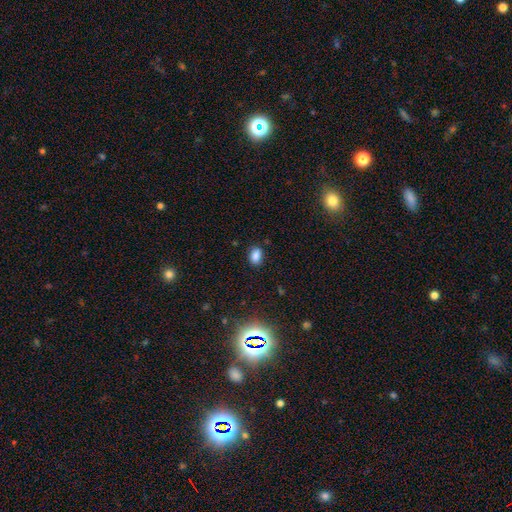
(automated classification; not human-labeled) This appears to be a smooth galaxy with no disk features (83%) that is in between round and cigar-shaped (78%). Merging: none (84%).